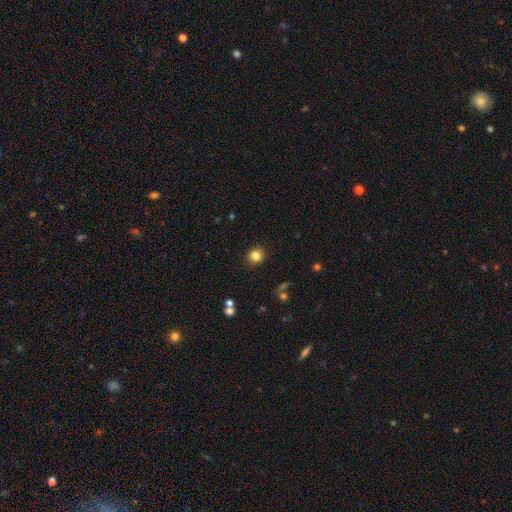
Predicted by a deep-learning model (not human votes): This appears to be a smooth galaxy with no disk features (83%) that is round (87%). Merging: none (90%).